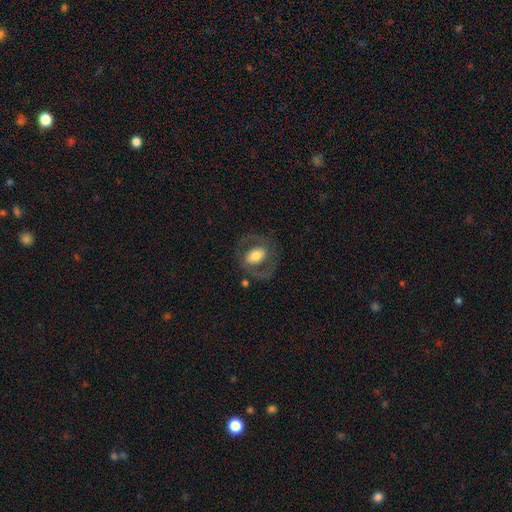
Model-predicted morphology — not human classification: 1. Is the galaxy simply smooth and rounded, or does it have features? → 52% featured or disk, 41% smooth, 7% star or artifact.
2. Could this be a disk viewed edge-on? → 94% no, 6% yes.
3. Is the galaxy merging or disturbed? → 72% none, 14% minor disturbance, 12% major disturbance, 2% merger.